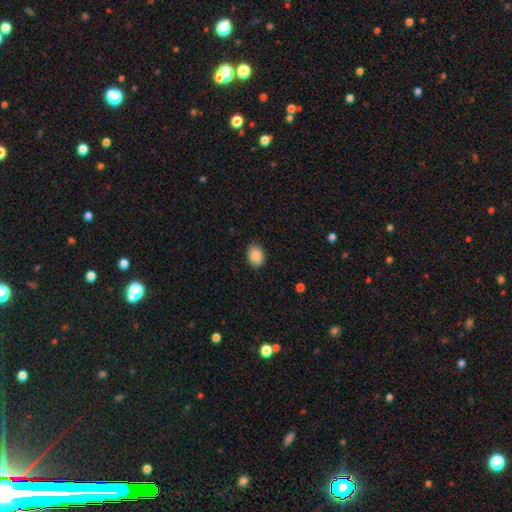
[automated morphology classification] smooth_or_featured: smooth (p=0.89) [alt: star or artifact p=0.08]
how_rounded: in between (p=0.73) [alt: round p=0.26]
merging: none (p=0.86) [alt: minor disturbance p=0.11]